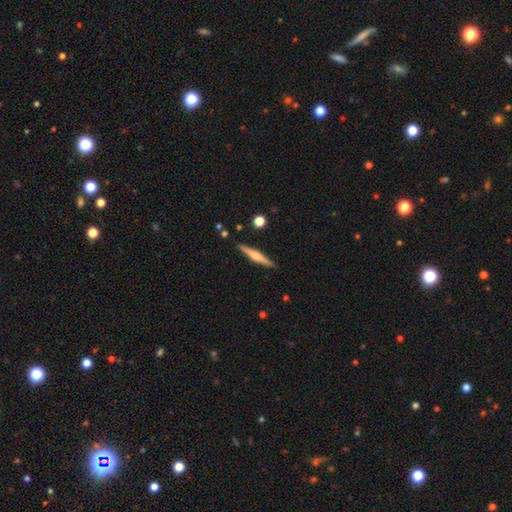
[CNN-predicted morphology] type=featured or disk (62%); edge-on=yes (98%); edge-on bulge=rounded (80%); merging=none (90%).